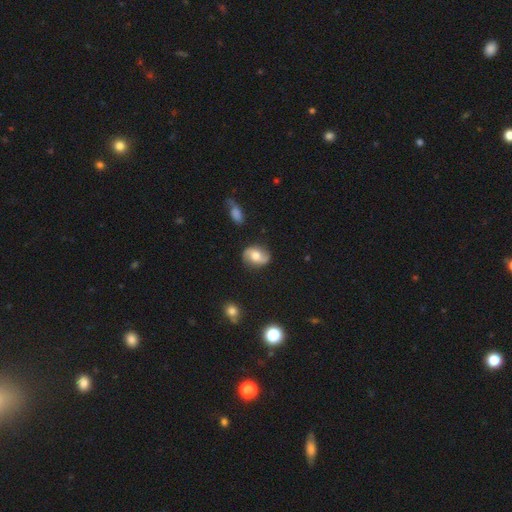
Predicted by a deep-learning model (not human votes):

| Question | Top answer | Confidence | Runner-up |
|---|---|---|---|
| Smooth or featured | featured or disk | 56% | smooth (36%) |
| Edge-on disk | no | 96% | yes (4%) |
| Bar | no | 59% | weak (32%) |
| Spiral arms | yes | 88% | no (12%) |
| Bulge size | moderate | 72% | small (13%) |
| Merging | none | 81% | minor disturbance (13%) |